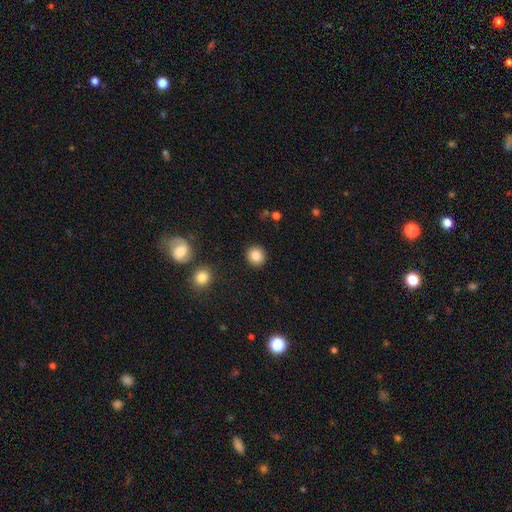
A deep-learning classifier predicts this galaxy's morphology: smooth 86%, star or artifact 9%, featured or disk 4%. Down the decision tree: how rounded — round (86%); merging — none (91%).